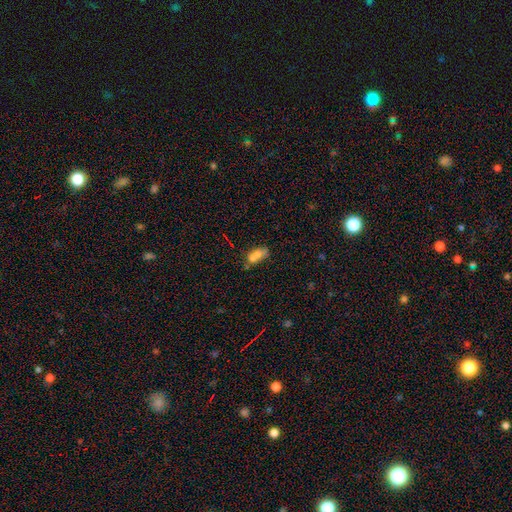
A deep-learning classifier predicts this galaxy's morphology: Smooth or featured? Predicted: smooth (p=0.65). How rounded? Predicted: in between (p=0.76). Merging? Predicted: merger (p=0.48).